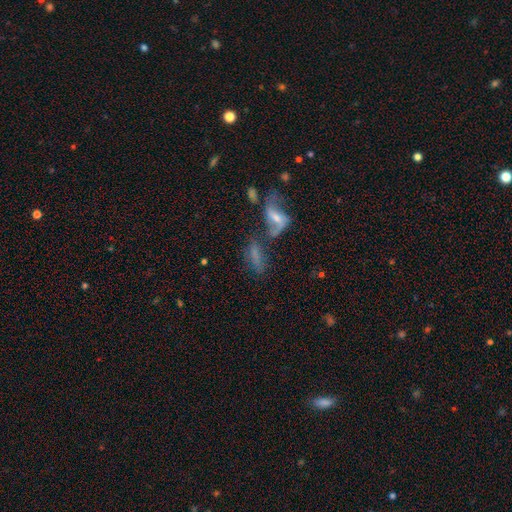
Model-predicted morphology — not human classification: Smooth or featured? smooth (47%)
Merging? merger (37%)